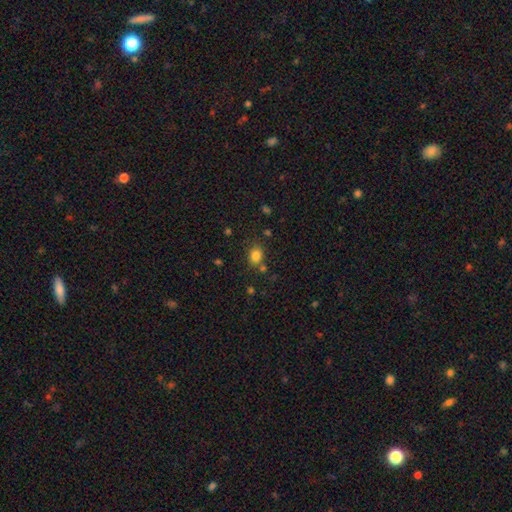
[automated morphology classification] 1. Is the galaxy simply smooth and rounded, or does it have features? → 82% smooth, 13% star or artifact, 6% featured or disk.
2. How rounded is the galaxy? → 56% round, 43% in between, 1% cigar-shaped.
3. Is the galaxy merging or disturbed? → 75% none, 13% minor disturbance, 9% merger, 4% major disturbance.